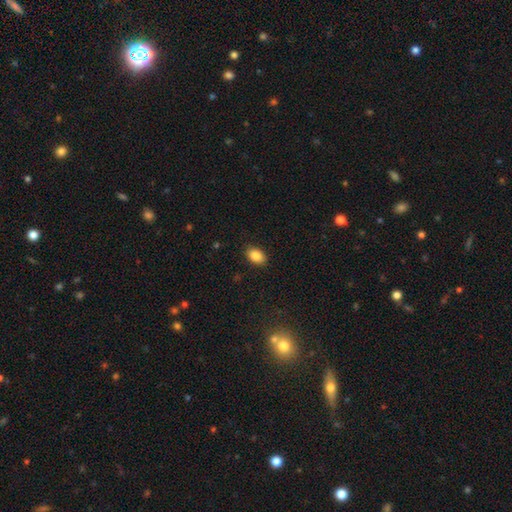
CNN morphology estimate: smooth_or_featured: smooth (p=0.88) [alt: star or artifact p=0.08]
how_rounded: in between (p=0.84) [alt: round p=0.15]
merging: none (p=0.88) [alt: minor disturbance p=0.09]